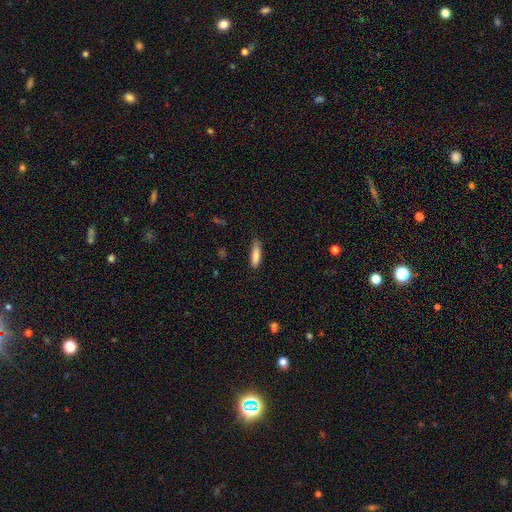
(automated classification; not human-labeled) A smooth galaxy with no disk features (84%) that is cigar-shaped (62%). Merging: none (73%).